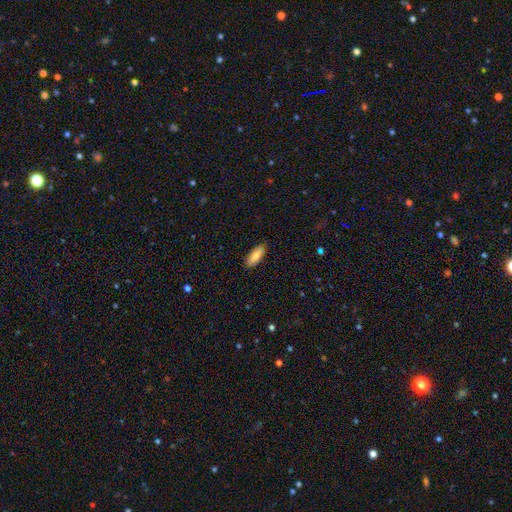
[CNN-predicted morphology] Smooth or featured?
  - smooth: 81% *
  - featured or disk: 13%
  - star or artifact: 6%
How rounded?
  - in between: 72% *
  - cigar-shaped: 27%
  - round: 2%
Merging?
  - none: 89% *
  - minor disturbance: 9%
  - major disturbance: 2%
  - merger: 1%